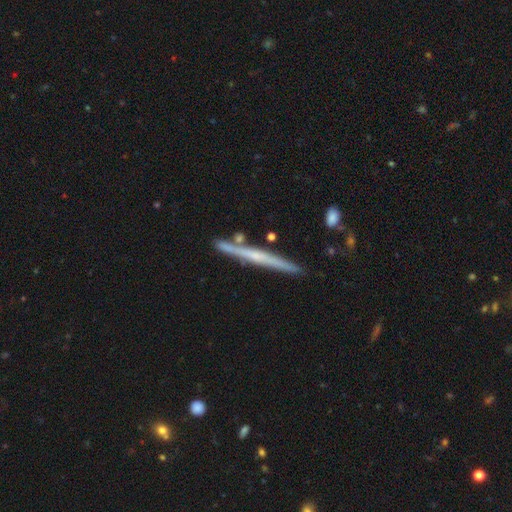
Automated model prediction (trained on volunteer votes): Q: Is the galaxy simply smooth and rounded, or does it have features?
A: featured or disk — 67%.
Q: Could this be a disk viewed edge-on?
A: yes — 97%.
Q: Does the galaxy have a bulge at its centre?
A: none — 58%.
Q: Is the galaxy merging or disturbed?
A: none — 83%.